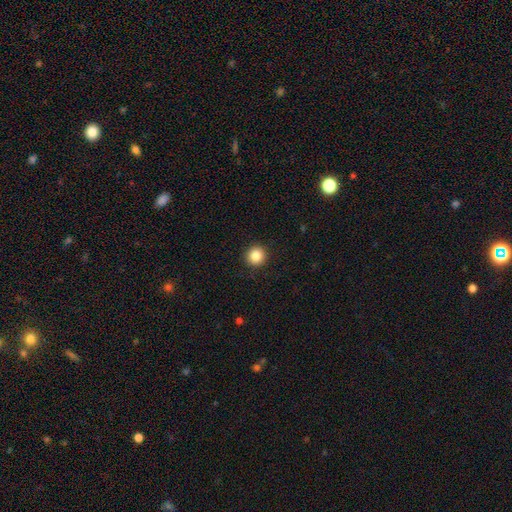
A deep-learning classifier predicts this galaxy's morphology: Smooth or featured? smooth (87%)
How rounded? round (94%)
Merging? none (92%)